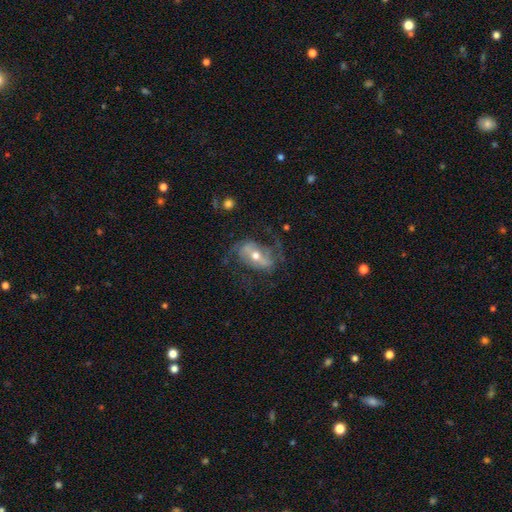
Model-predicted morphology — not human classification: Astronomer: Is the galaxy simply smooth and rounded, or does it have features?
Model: featured or disk — 77%.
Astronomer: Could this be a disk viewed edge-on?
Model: no — 94%.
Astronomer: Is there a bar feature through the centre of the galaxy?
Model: strong — 44% (runner-up: weak, 35%).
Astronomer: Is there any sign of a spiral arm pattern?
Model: yes — 85%.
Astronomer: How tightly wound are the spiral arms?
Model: loose — 47% (runner-up: medium, 40%).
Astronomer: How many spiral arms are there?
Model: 2 — 82%.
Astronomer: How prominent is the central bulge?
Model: moderate — 68%.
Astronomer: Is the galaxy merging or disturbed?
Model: none — 60%.